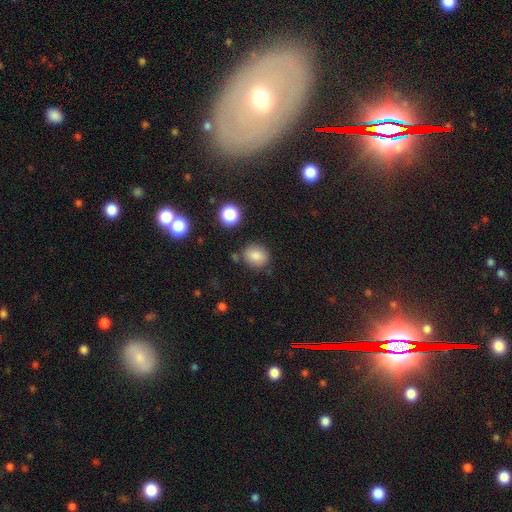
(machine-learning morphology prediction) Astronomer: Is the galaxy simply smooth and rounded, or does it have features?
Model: smooth — 83%.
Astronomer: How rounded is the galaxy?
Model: round — 65%.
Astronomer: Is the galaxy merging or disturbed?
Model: none — 79%.